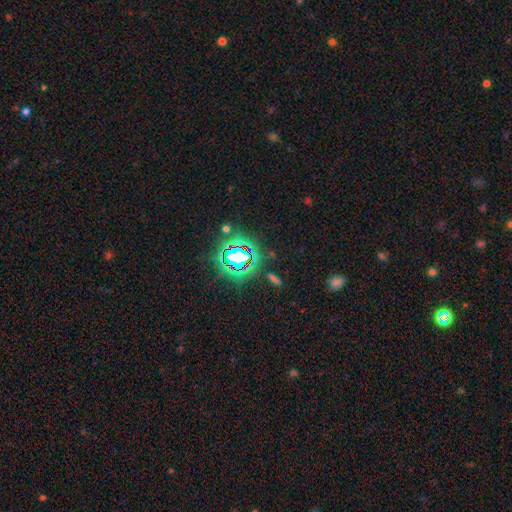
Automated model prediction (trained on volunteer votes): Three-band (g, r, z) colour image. It shows a star or artifact, not a galaxy (78%).